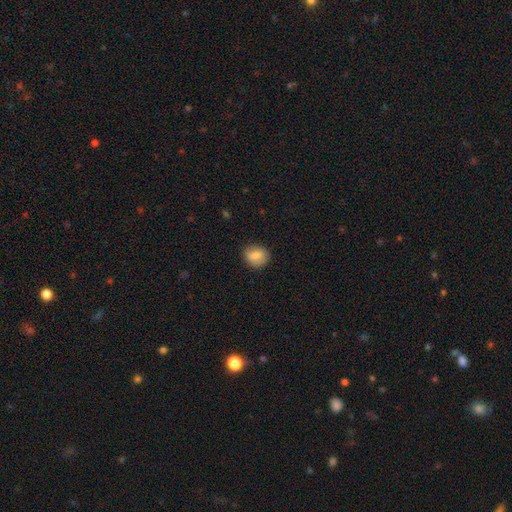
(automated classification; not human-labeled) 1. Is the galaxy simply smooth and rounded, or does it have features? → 79% smooth, 13% featured or disk, 8% star or artifact.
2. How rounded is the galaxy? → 69% round, 30% in between, 1% cigar-shaped.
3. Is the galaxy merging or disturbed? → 82% none, 14% minor disturbance, 3% major disturbance, 1% merger.